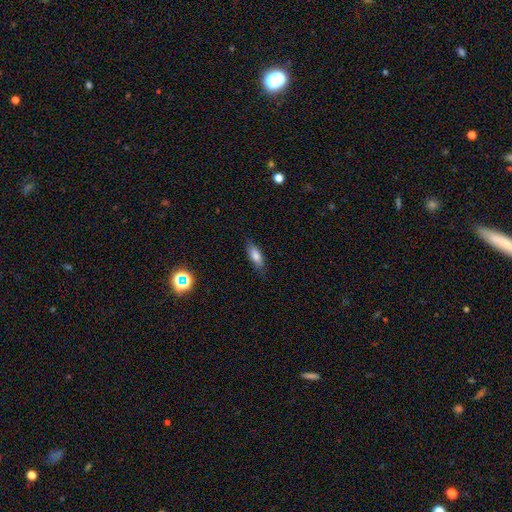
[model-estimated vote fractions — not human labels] A smooth galaxy with no disk features (77%) that is in between round and cigar-shaped (68%). Merging: none (80%).